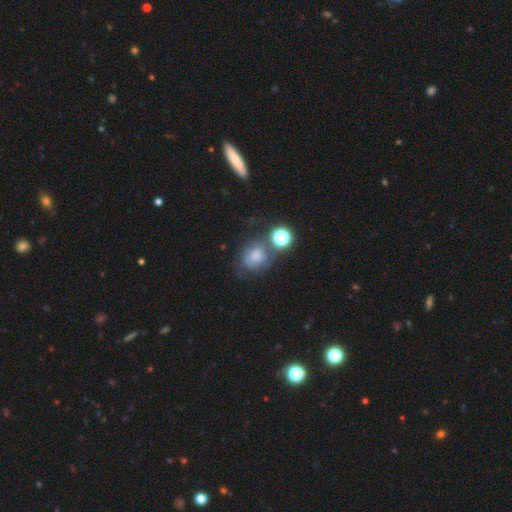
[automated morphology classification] The model was most divided on "merging": none: 46%, minor disturbance: 21%, merger: 18%, major disturbance: 15%. More confident: how rounded — round (65%); smooth or featured — smooth (58%).